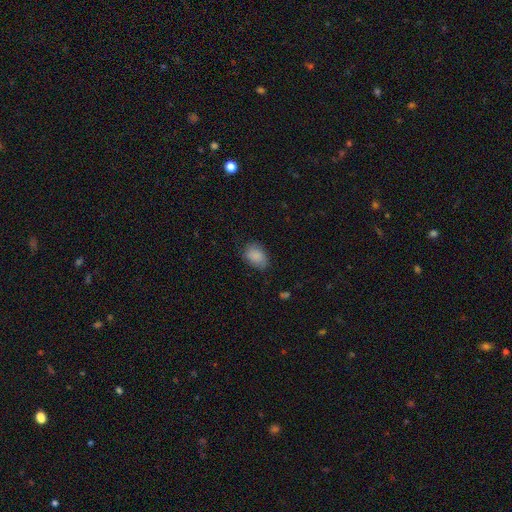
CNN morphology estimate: Smooth or featured: smooth — 84% (featured or disk — 8%)
How rounded: in between — 78% (round — 20%)
Merging: none — 71% (minor disturbance — 22%)